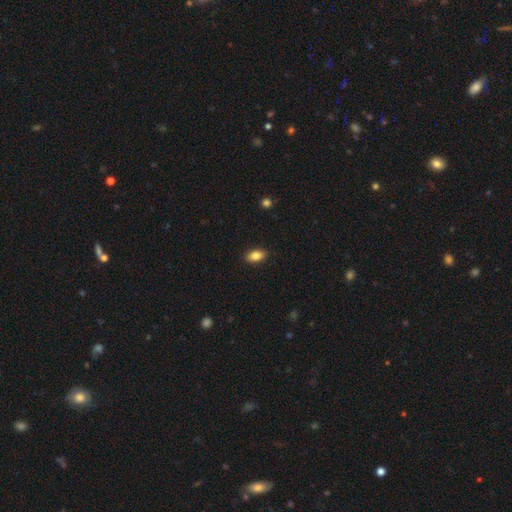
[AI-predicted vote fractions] The model was most divided on "smooth or featured": smooth: 84%, featured or disk: 8%, star or artifact: 8%. More confident: how rounded — in between (90%); merging — none (89%).